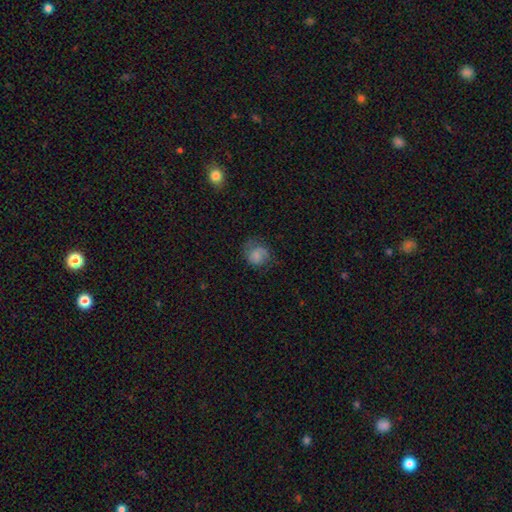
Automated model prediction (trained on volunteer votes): smooth 59%, featured or disk 29%, star or artifact 12%. Down the decision tree: how rounded — round (72%); merging — none (60%).